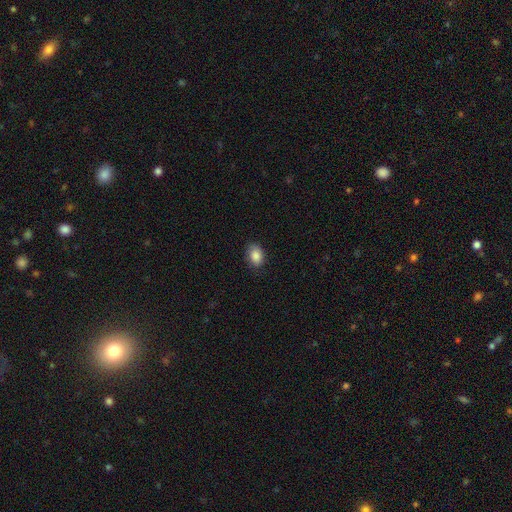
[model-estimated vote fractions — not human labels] Smooth or featured? Predicted: smooth (p=0.88). How rounded? Predicted: in between (p=0.77). Merging? Predicted: none (p=0.81).